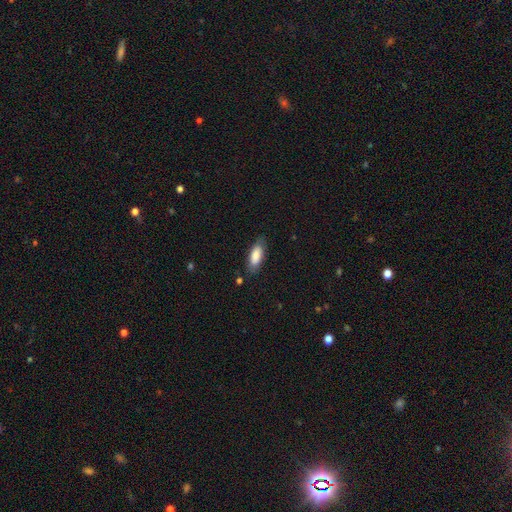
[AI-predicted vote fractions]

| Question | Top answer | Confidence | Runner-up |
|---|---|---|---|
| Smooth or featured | smooth | 82% | featured or disk (12%) |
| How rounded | in between | 74% | cigar-shaped (24%) |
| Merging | none | 80% | minor disturbance (15%) |